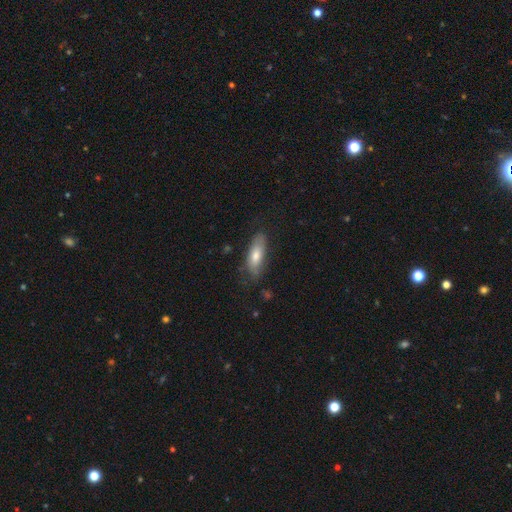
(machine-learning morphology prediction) Smooth or featured? smooth (67%)
How rounded? in between (62%)
Merging? none (72%)